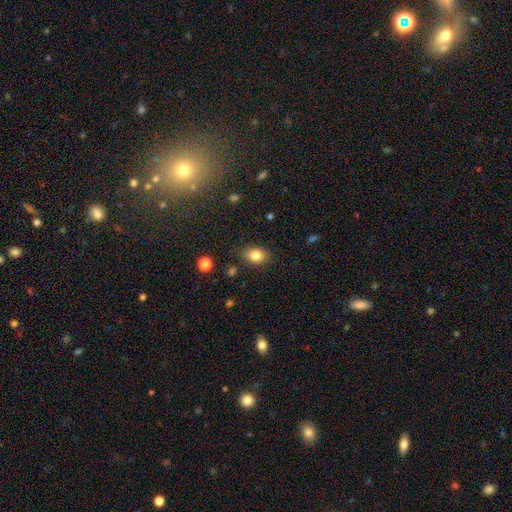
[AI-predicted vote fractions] This appears to be a smooth galaxy with no disk features (82%) that is in between round and cigar-shaped (72%). Merging: none (81%).